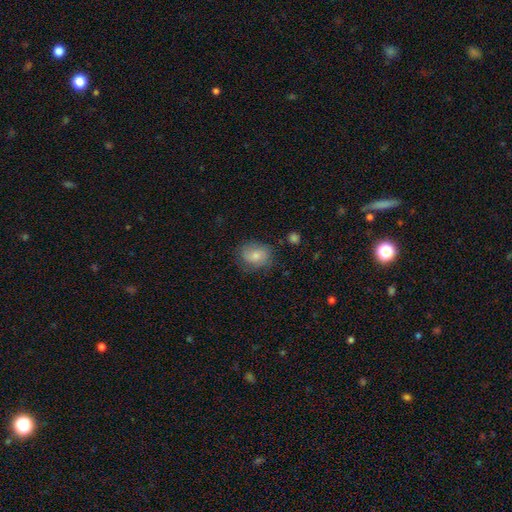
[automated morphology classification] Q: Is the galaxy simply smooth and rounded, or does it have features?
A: smooth — 75%.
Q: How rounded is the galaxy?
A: round — 57%.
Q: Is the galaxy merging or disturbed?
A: none — 68%.